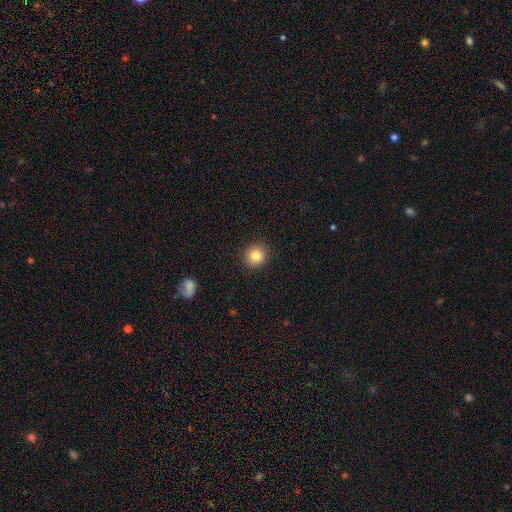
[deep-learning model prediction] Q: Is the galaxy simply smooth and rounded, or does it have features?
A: smooth — 82%.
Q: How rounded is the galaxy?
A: round — 91%.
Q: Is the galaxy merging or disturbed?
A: none — 91%.